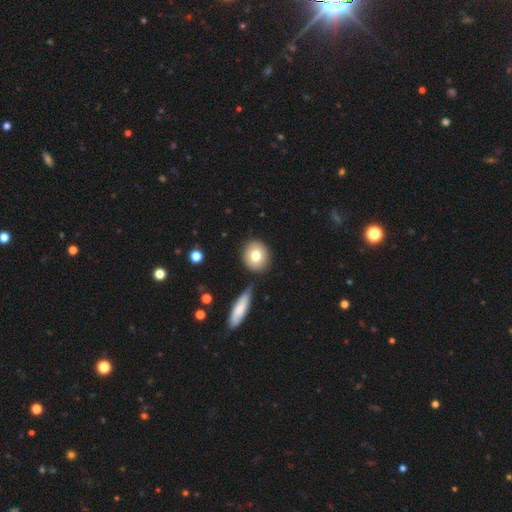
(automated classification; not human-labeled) Smooth or featured?
  - smooth: 77% *
  - featured or disk: 15%
  - star or artifact: 8%
How rounded?
  - round: 79% *
  - in between: 20%
  - cigar-shaped: 2%
Merging?
  - none: 82% *
  - minor disturbance: 9%
  - merger: 7%
  - major disturbance: 2%